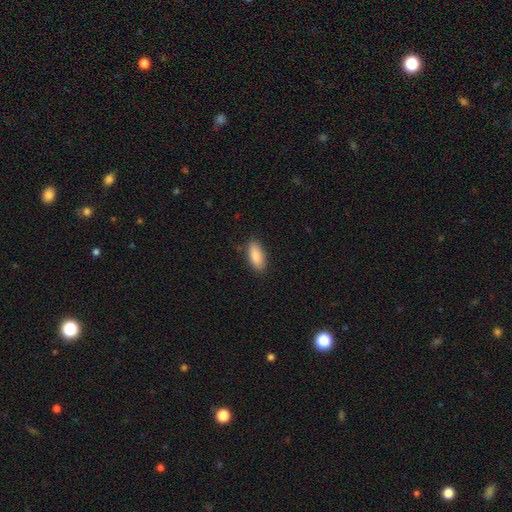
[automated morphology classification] Q: Smooth or featured?
A: smooth (87%); runner-up: featured or disk (7%)
Q: How rounded?
A: in between (81%); runner-up: cigar-shaped (17%)
Q: Merging?
A: none (85%); runner-up: minor disturbance (12%)